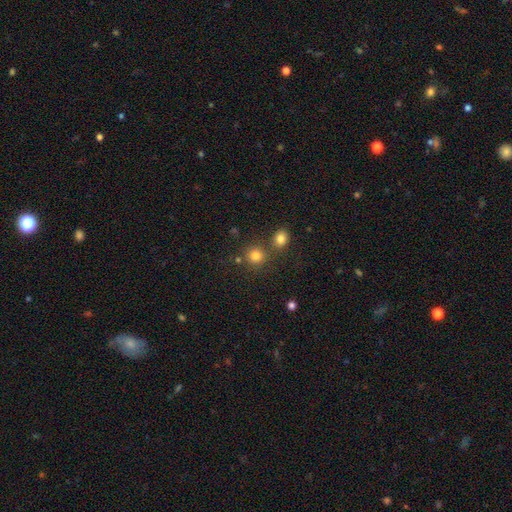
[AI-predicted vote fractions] smooth 78%, star or artifact 15%, featured or disk 7%. Down the decision tree: how rounded — round (90%); merging — none (71%).